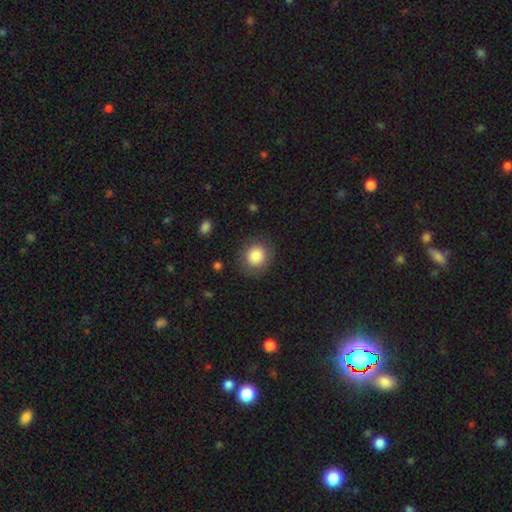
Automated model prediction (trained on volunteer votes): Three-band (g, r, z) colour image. It shows a smooth galaxy with no disk features (86%) that is round (83%). Merging: none (85%).